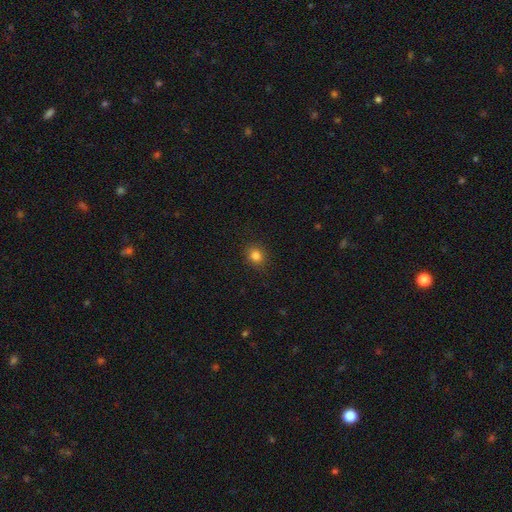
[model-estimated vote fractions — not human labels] smooth 83%, star or artifact 13%, featured or disk 5%. Down the decision tree: how rounded — round (79%); merging — none (88%).